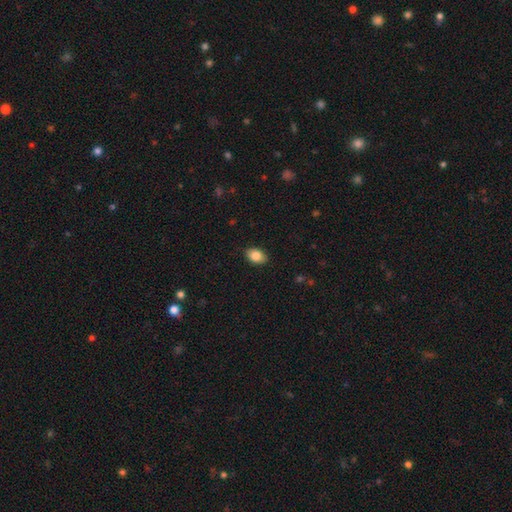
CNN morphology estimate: smooth 85%, star or artifact 8%, featured or disk 8%. Down the decision tree: how rounded — in between (84%); merging — none (88%).